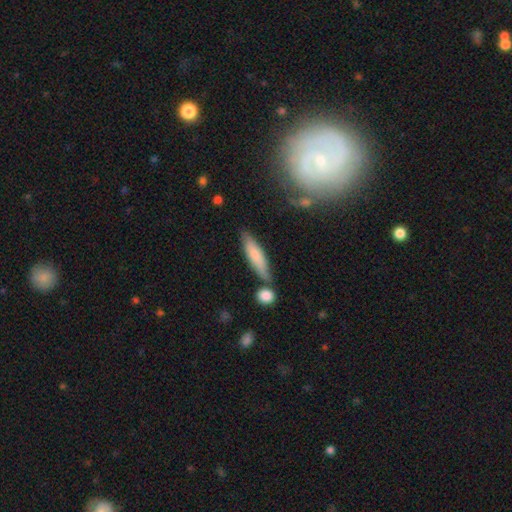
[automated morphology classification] smooth_or_featured: smooth (p=0.73) [alt: featured or disk p=0.21]
how_rounded: cigar-shaped (p=0.73) [alt: in between p=0.25]
merging: none (p=0.69) [alt: minor disturbance p=0.16]